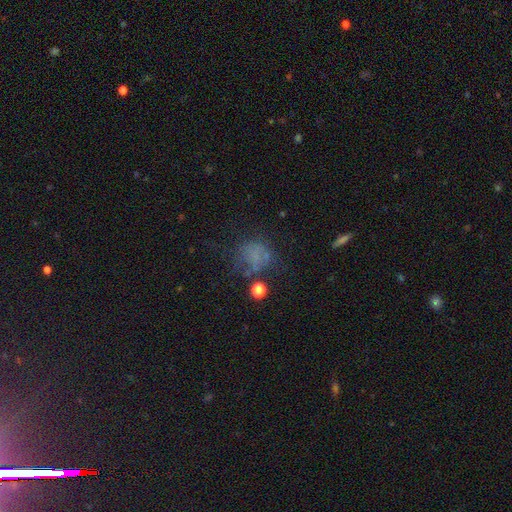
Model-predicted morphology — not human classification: smooth_or_featured: smooth (p=0.54) [alt: star or artifact p=0.24]
how_rounded: round (p=0.68) [alt: in between p=0.31]
merging: none (p=0.49) [alt: major disturbance p=0.23]